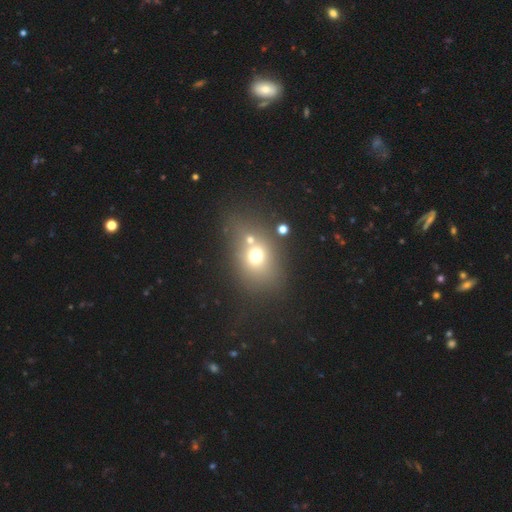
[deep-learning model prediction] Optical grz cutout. It shows a smooth galaxy with no disk features (65%) that is in between round and cigar-shaped (55%). Merging: none (53%).